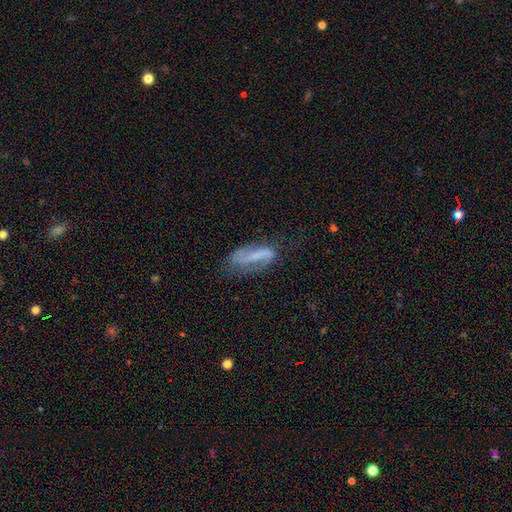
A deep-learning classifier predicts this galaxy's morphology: Smooth or featured? featured or disk (59%)
Edge-on disk? no (89%)
Bar? strong (42%)
Spiral arms? yes (76%)
Bulge size? none (57%)
Merging? none (51%)